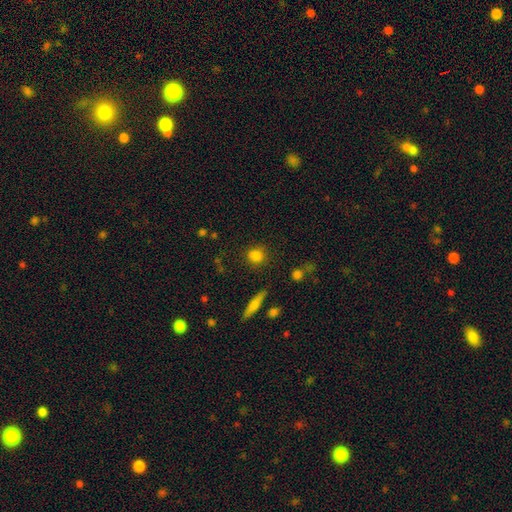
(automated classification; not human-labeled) This is clearly a smooth galaxy (81%). How rounded: likely round (69%). Merging: clearly none (82%).